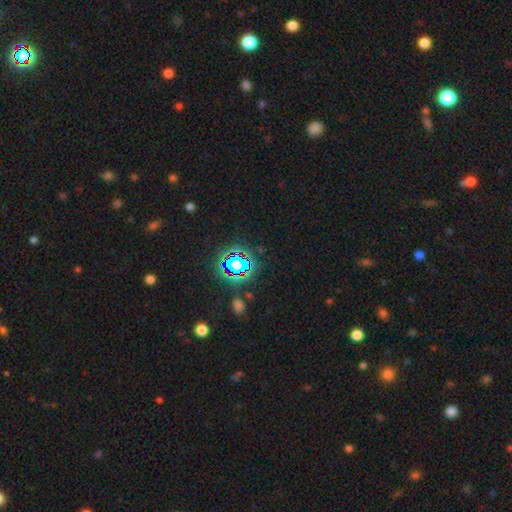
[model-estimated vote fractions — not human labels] A star or artifact, not a galaxy (77%).

Vote fractions:
- Smooth or featured? star or artifact: 77% / smooth: 15% / featured or disk: 8%